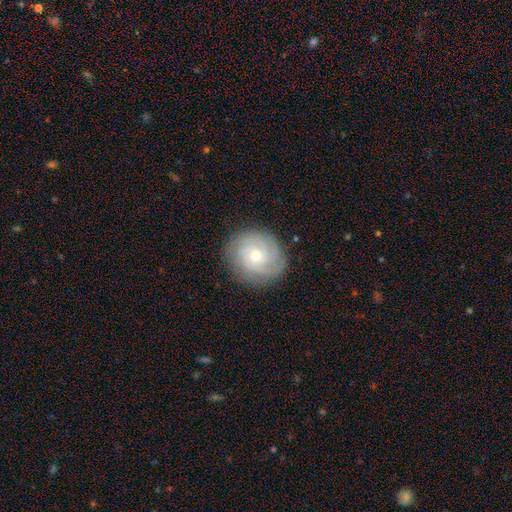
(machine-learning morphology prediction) A featured or disk galaxy (70%) with no bar (78%), tight (71%) spiral arms (92%) and a small central bulge (57%). Merging: none (84%).